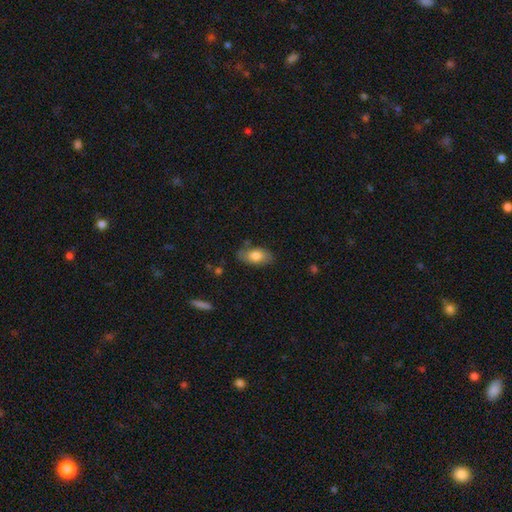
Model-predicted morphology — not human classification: Smooth or featured? smooth (77%)
How rounded? in between (93%)
Merging? none (78%)